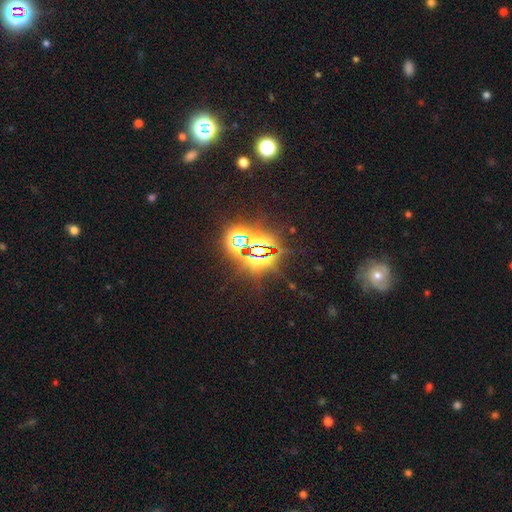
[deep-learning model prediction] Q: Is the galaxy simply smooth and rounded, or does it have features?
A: star or artifact — 80%.